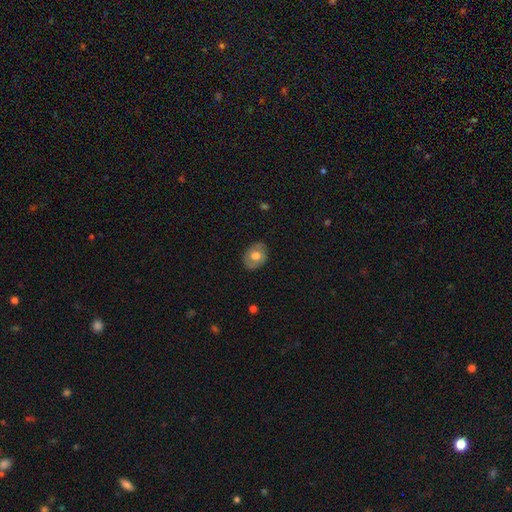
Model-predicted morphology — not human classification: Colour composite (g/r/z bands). It shows a smooth galaxy with no disk features (59%) that is in between round and cigar-shaped (55%). Merging: none (80%).